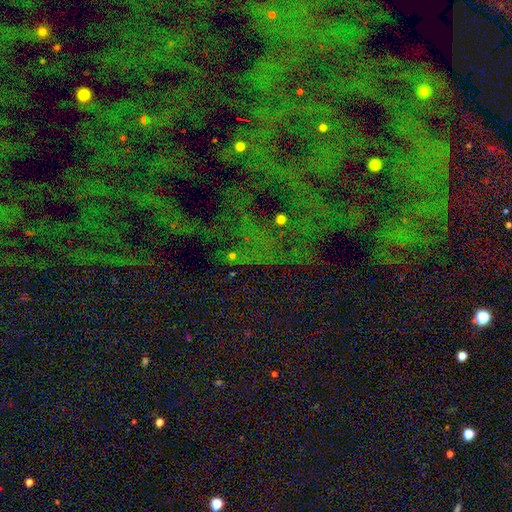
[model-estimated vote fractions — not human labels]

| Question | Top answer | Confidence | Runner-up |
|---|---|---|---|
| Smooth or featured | star or artifact | 80% | featured or disk (10%) |